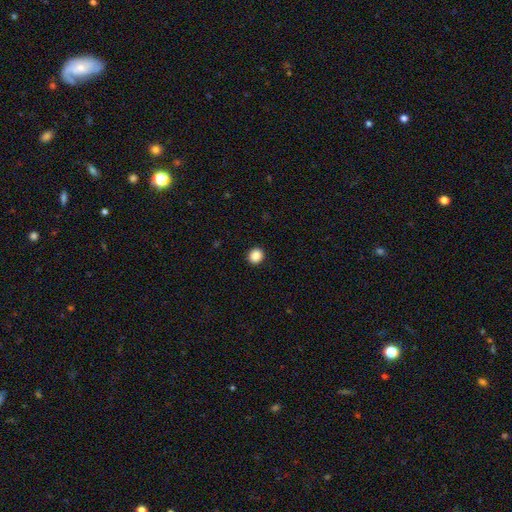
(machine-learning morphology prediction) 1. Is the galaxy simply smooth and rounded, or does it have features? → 88% smooth, 9% star or artifact, 2% featured or disk.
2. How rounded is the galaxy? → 81% round, 18% in between, 1% cigar-shaped.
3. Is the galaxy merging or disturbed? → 93% none, 5% minor disturbance, 2% major disturbance, 1% merger.